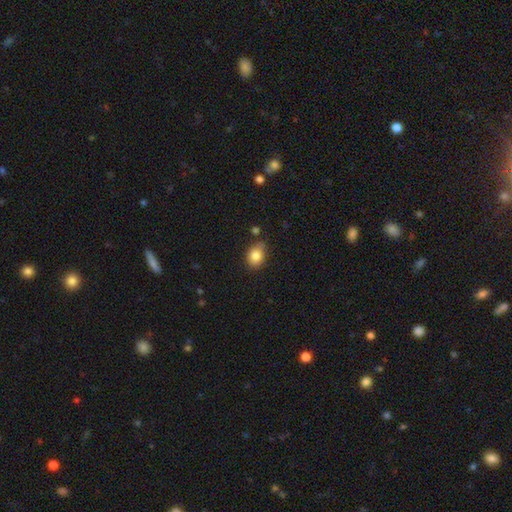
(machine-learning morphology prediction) Overall: smooth (84%). How rounded: in between (66%; round 33%). Merging: none (69%).